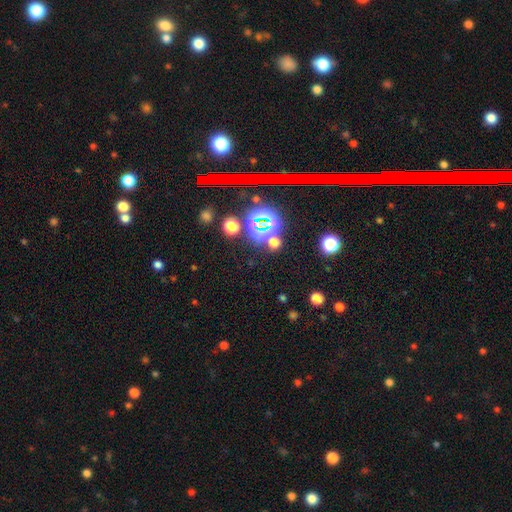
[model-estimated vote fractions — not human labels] smooth_or_featured: star or artifact (p=0.79) [alt: smooth p=0.12]